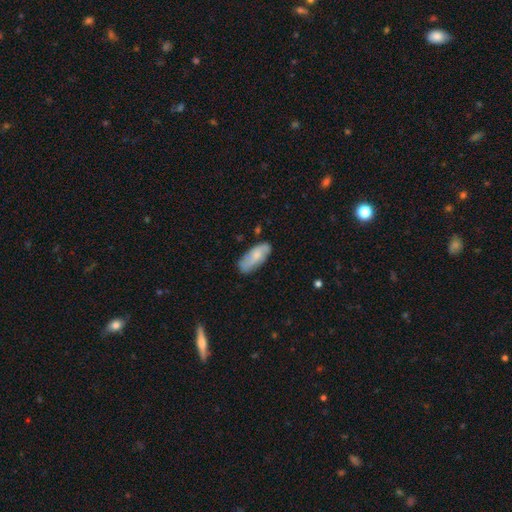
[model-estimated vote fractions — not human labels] Q: Smooth or featured?
A: smooth (60%); runner-up: featured or disk (33%)
Q: How rounded?
A: in between (80%); runner-up: cigar-shaped (18%)
Q: Merging?
A: none (71%); runner-up: minor disturbance (22%)